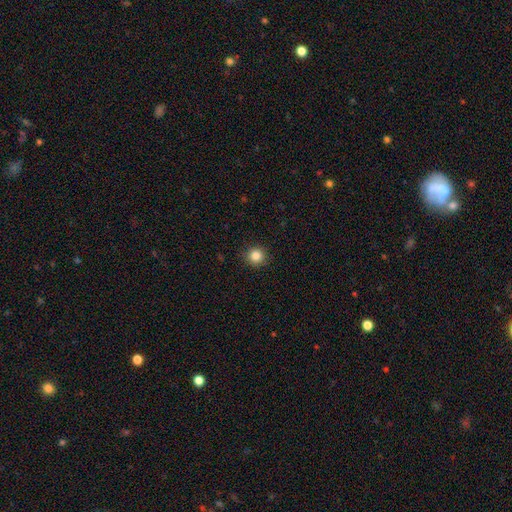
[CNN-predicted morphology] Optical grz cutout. It shows a smooth galaxy with no disk features (85%) that is round (92%). Merging: none (91%).